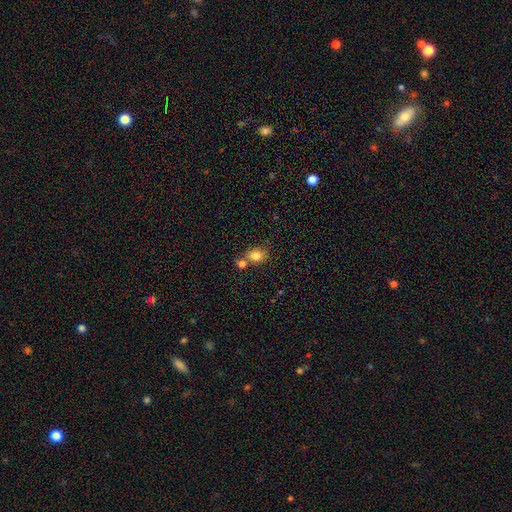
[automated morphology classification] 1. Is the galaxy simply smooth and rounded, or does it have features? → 81% smooth, 10% star or artifact, 9% featured or disk.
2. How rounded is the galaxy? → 59% in between, 39% round, 1% cigar-shaped.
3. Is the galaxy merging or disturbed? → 60% none, 24% merger, 13% minor disturbance, 4% major disturbance.